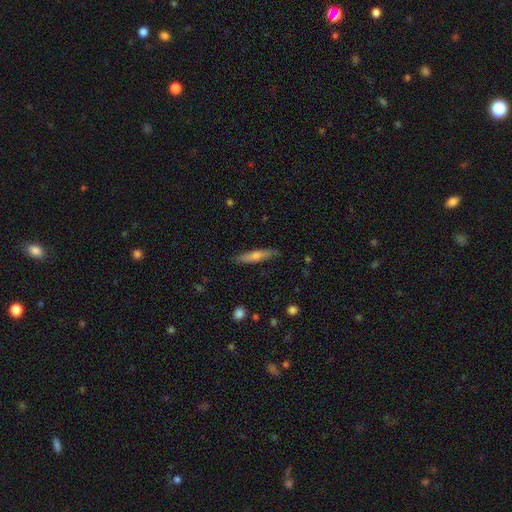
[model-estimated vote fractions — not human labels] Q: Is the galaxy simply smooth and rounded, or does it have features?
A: smooth — 49%.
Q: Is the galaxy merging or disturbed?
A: none — 88%.